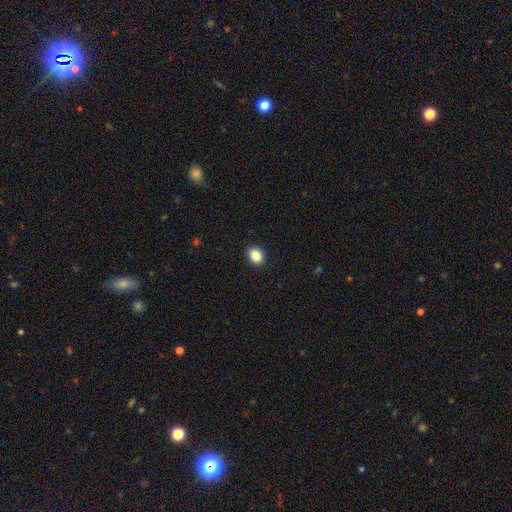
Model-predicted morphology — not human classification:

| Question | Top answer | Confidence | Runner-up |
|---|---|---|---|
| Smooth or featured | smooth | 87% | star or artifact (9%) |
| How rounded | in between | 54% | round (45%) |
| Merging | none | 91% | minor disturbance (6%) |